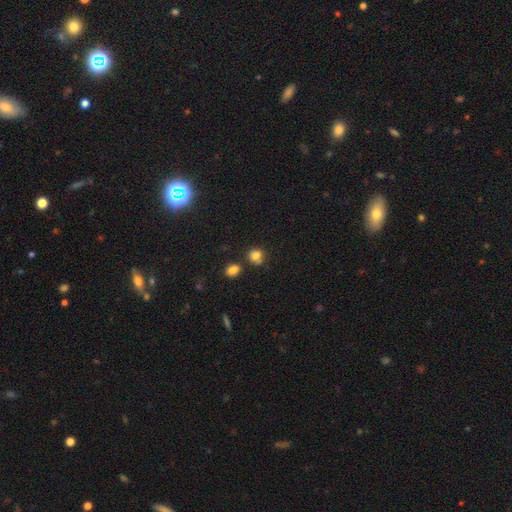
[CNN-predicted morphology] Overall: smooth (80%). How rounded: round (76%). Merging: none (65%).